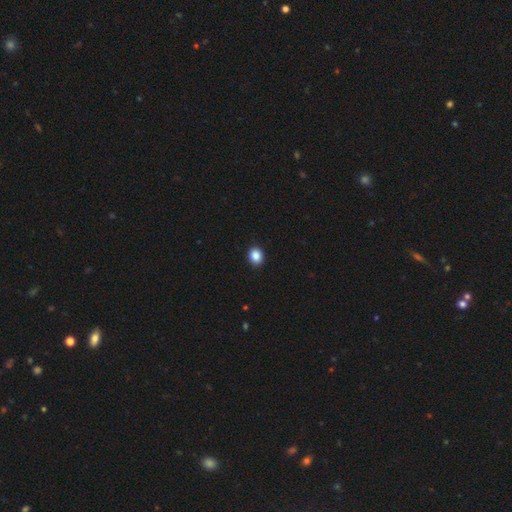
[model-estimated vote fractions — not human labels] This is clearly a smooth galaxy (88%). How rounded: likely round (62%). Merging: clearly none (92%).